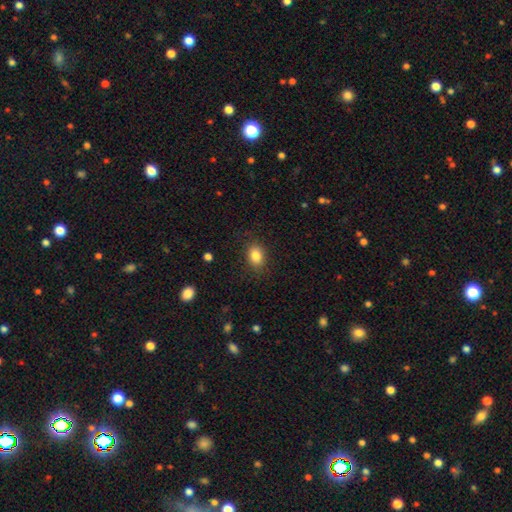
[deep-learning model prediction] This appears to be a smooth galaxy with no disk features (84%) that is in between round and cigar-shaped (66%). Merging: none (84%).